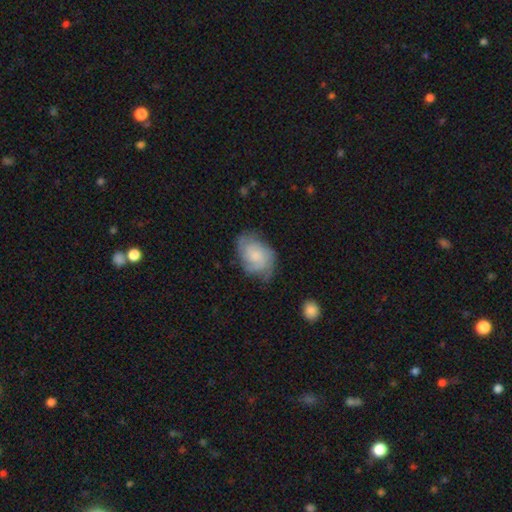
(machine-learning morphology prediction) type=featured or disk (60%); edge-on=no (97%); bar=no (71%); spiral arms=yes (90%); winding=medium (42%, tied with tight); arm count=can't tell (30%); bulge=small (43%); merging=none (63%).